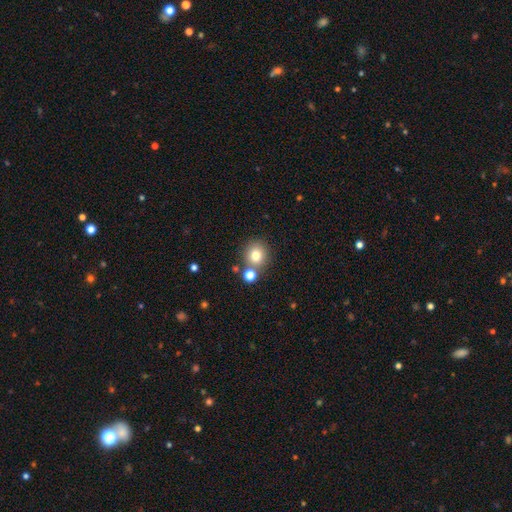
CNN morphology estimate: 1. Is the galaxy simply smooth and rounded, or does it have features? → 79% smooth, 13% star or artifact, 9% featured or disk.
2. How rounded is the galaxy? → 87% round, 12% in between, 1% cigar-shaped.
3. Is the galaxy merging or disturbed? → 71% none, 17% merger, 9% minor disturbance, 3% major disturbance.